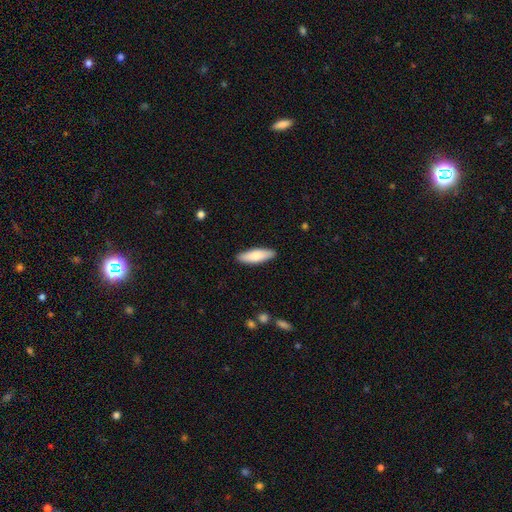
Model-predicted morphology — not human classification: A smooth galaxy with no disk features (79%) that is cigar-shaped (50%). Merging: none (89%).